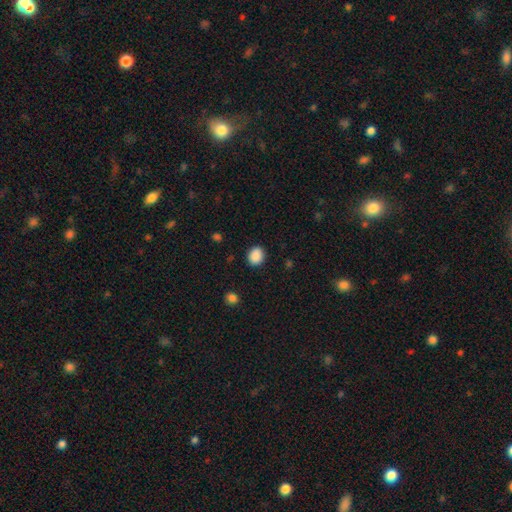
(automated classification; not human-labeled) Smooth or featured? Predicted: smooth (p=0.89). How rounded? Predicted: round (p=0.64). Merging? Predicted: none (p=0.89).